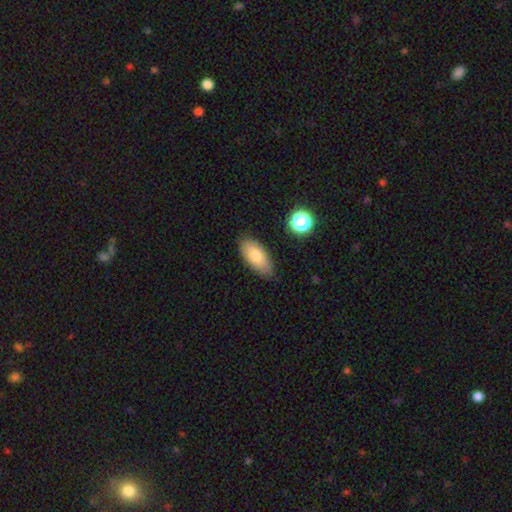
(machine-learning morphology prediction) Smooth or featured? smooth (79%)
How rounded? in between (90%)
Merging? none (81%)